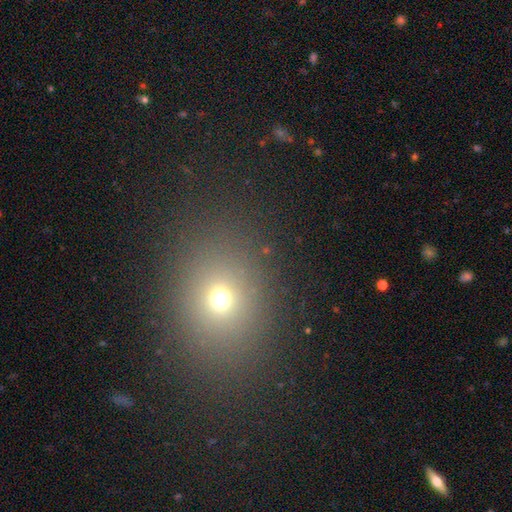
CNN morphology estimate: Smooth or featured: smooth — 64% (star or artifact — 26%)
How rounded: round — 52% (in between — 46%)
Merging: none — 88% (minor disturbance — 7%)